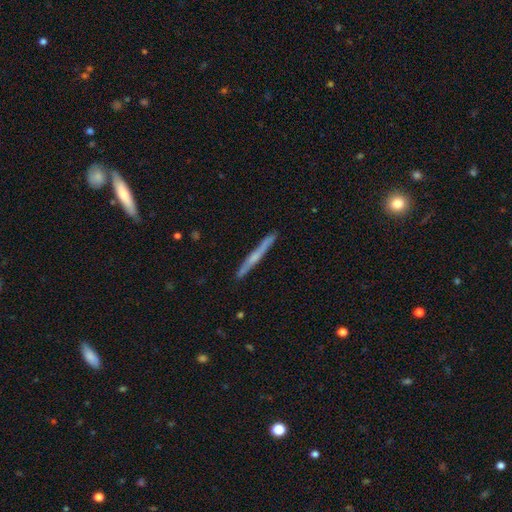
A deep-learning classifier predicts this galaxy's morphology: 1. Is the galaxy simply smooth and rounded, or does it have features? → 61% featured or disk, 33% smooth, 6% star or artifact.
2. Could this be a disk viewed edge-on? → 97% yes, 3% no.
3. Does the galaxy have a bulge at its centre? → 49% none, 43% rounded, 8% boxy.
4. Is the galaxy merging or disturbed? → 90% none, 7% minor disturbance, 1% major disturbance, 1% merger.